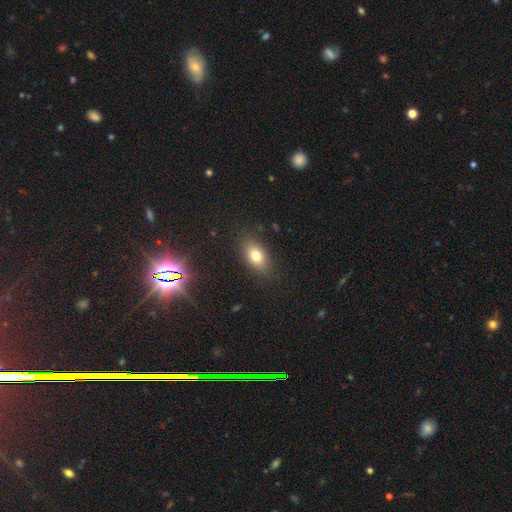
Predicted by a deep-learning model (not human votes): Smooth or featured? smooth (76%)
How rounded? in between (85%)
Merging? none (85%)